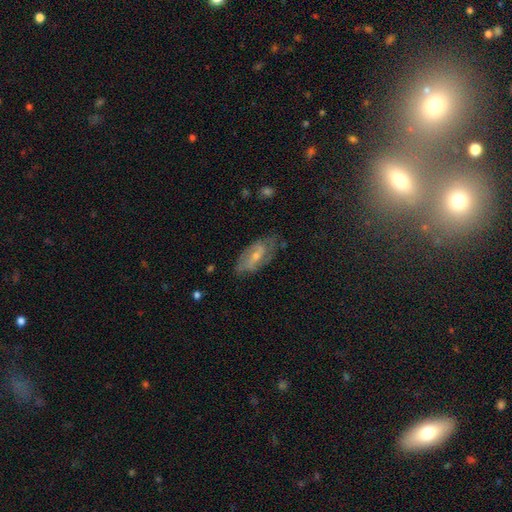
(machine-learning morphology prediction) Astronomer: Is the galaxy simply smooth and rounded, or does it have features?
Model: featured or disk — 65%.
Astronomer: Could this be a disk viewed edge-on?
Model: no — 90%.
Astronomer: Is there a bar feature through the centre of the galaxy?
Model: weak — 48% (runner-up: no, 29%).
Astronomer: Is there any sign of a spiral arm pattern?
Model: yes — 79%.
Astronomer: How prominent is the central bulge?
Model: small — 56% (runner-up: moderate, 38%).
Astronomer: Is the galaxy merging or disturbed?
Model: none — 67%.